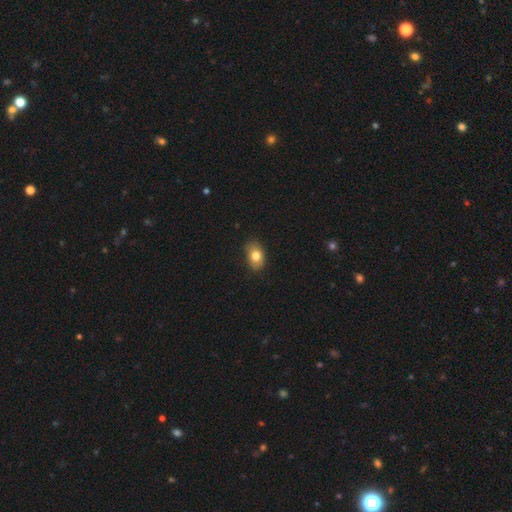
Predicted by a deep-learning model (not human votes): Smooth or featured: smooth — 79% (featured or disk — 12%)
How rounded: in between — 78% (round — 20%)
Merging: none — 82% (minor disturbance — 15%)